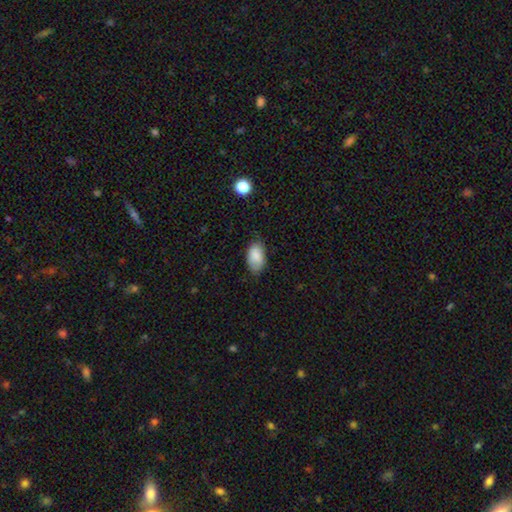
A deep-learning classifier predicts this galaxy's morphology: A smooth galaxy with no disk features (85%) that is in between round and cigar-shaped (94%). Merging: none (71%).